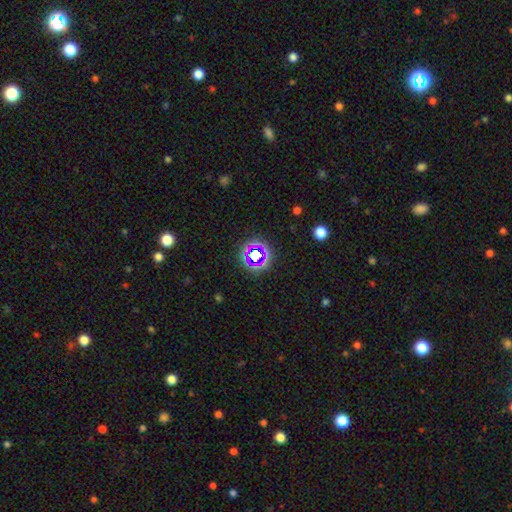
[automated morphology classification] Q: Smooth or featured?
A: star or artifact (64%); runner-up: smooth (24%)